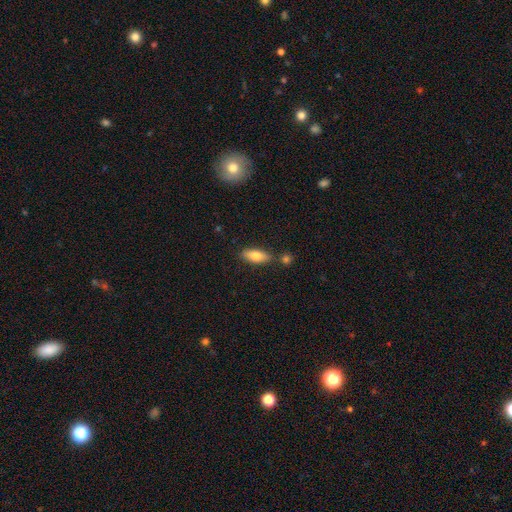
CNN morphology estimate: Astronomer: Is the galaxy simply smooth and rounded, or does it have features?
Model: smooth — 75%.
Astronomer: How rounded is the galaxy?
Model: in between — 70%.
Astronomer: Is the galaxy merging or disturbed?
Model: none — 77%.